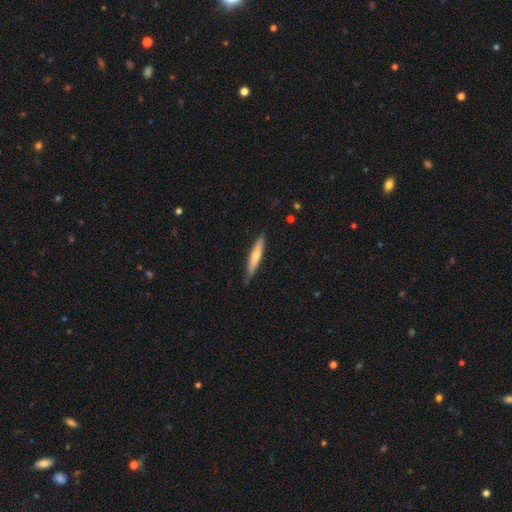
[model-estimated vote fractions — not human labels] Smooth or featured?
  - smooth: 58% *
  - featured or disk: 37%
  - star or artifact: 5%
How rounded?
  - cigar-shaped: 89% *
  - in between: 10%
  - round: 1%
Merging?
  - none: 84% *
  - minor disturbance: 13%
  - major disturbance: 2%
  - merger: 1%